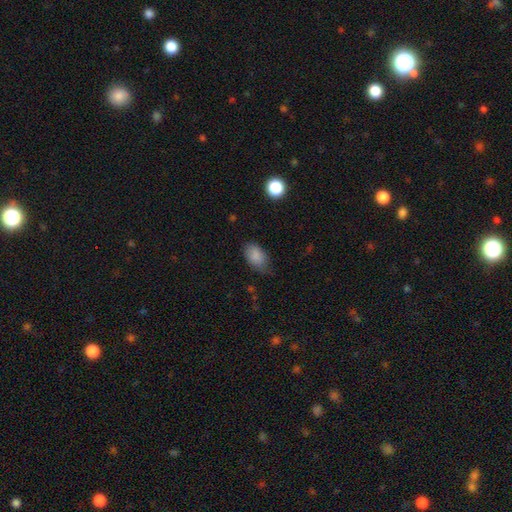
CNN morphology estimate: Smooth or featured: smooth — 86% (star or artifact — 8%)
How rounded: in between — 90% (round — 8%)
Merging: none — 61% (minor disturbance — 31%)